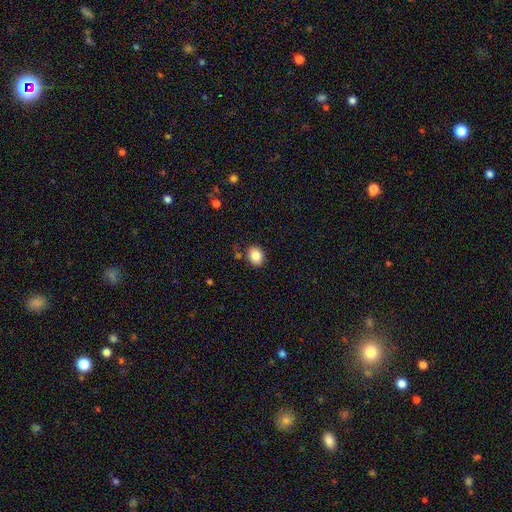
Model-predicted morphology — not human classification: smooth_or_featured: smooth (p=0.85) [alt: star or artifact p=0.09]
how_rounded: round (p=0.52) [alt: in between p=0.47]
merging: none (p=0.84) [alt: minor disturbance p=0.10]